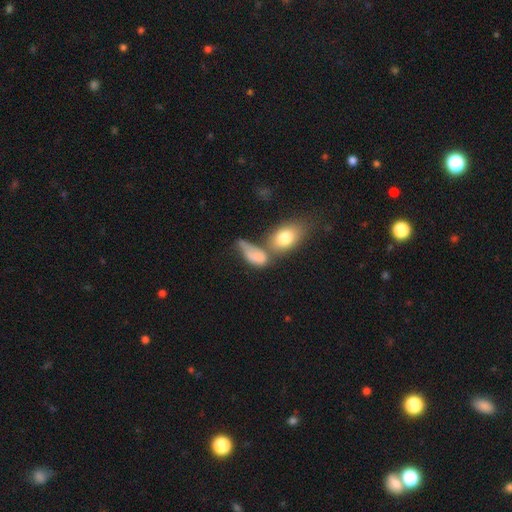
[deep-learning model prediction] Smooth or featured? smooth (70%)
How rounded? in between (84%)
Merging? merger (41%)